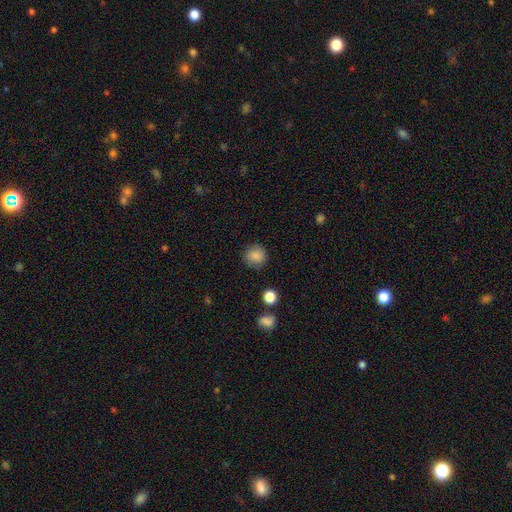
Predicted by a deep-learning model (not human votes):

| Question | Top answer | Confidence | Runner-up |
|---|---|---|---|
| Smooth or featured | smooth | 86% | star or artifact (10%) |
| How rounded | round | 91% | in between (8%) |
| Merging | none | 87% | minor disturbance (9%) |